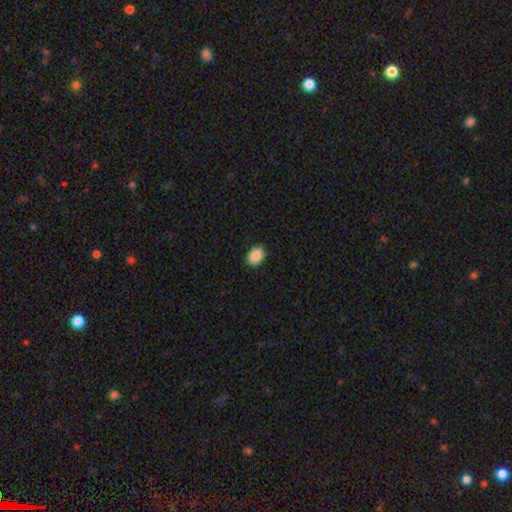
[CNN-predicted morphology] The model was most divided on "how rounded": in between: 80%, round: 19%, cigar-shaped: 1%. More confident: smooth or featured — smooth (90%); merging — none (90%).